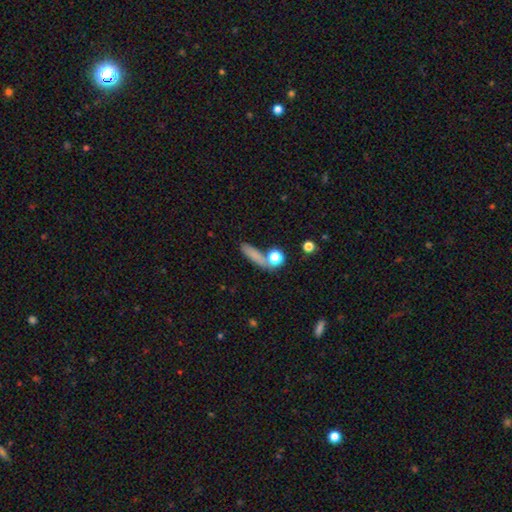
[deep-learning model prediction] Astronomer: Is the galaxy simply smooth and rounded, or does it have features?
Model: smooth — 75%.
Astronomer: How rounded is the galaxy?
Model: cigar-shaped — 60%.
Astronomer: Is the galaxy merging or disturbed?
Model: none — 64%.